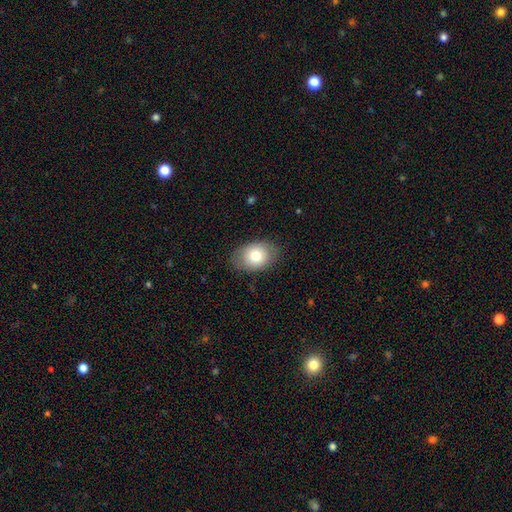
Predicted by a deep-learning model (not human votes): Q: Smooth or featured?
A: smooth (76%); runner-up: featured or disk (16%)
Q: How rounded?
A: in between (78%); runner-up: round (21%)
Q: Merging?
A: none (82%); runner-up: minor disturbance (14%)